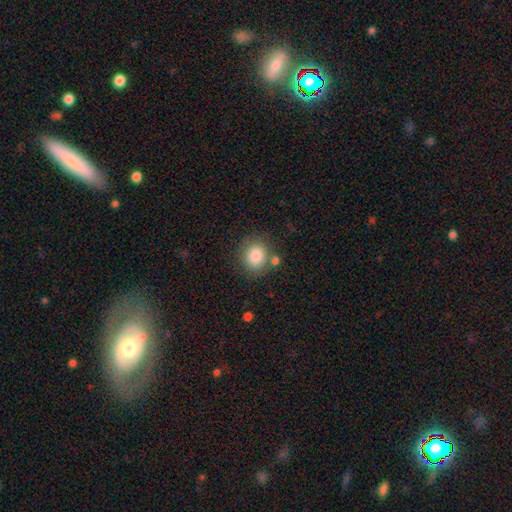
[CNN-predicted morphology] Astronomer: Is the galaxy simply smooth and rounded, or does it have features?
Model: smooth — 84%.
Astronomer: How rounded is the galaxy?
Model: round — 75%.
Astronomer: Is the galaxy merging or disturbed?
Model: none — 75%.